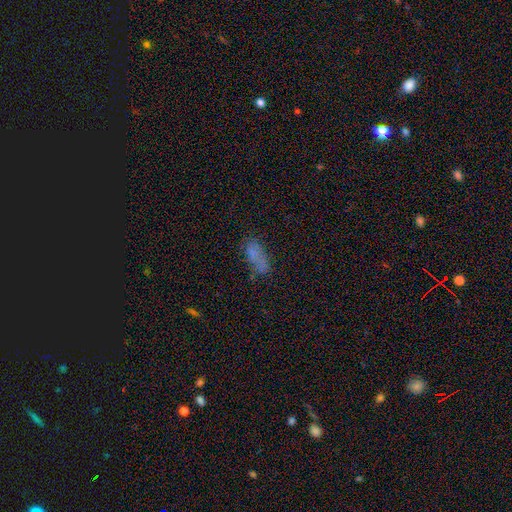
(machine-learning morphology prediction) smooth_or_featured: smooth (p=0.64) [alt: featured or disk p=0.20]
how_rounded: in between (p=0.75) [alt: cigar-shaped p=0.21]
merging: none (p=0.51) [alt: minor disturbance p=0.24]